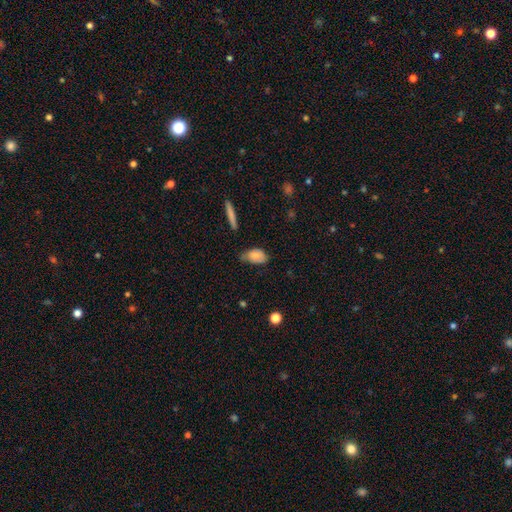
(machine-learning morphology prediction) smooth 75%, featured or disk 18%, star or artifact 7%. Down the decision tree: how rounded — in between (89%); merging — minor disturbance (43%).